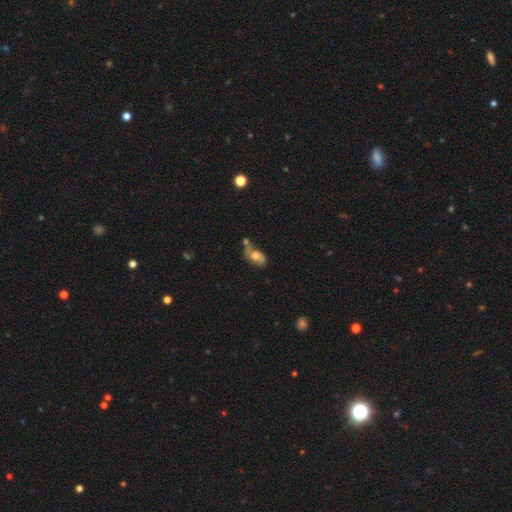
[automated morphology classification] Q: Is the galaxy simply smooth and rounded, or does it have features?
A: smooth — 46%.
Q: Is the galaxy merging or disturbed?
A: none — 35%.